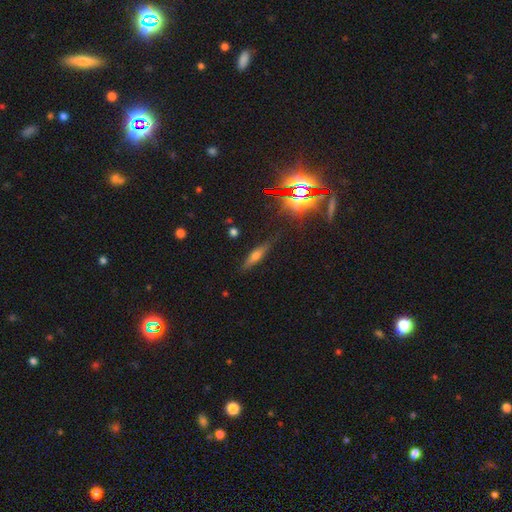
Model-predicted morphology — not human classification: Smooth or featured?
  - smooth: 44% *
  - featured or disk: 39%
  - star or artifact: 17%
Merging?
  - none: 81% *
  - minor disturbance: 13%
  - major disturbance: 3%
  - merger: 2%